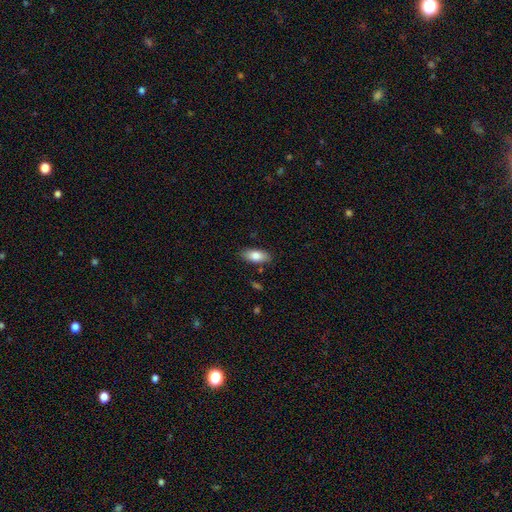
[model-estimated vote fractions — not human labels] Smooth or featured? Predicted: smooth (p=0.81). How rounded? Predicted: in between (p=0.85). Merging? Predicted: none (p=0.83).